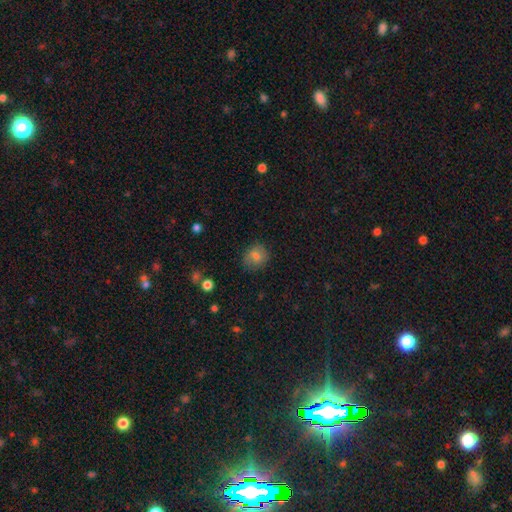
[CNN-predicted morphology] smooth 78%, star or artifact 11%, featured or disk 11%. Down the decision tree: how rounded — round (75%); merging — none (82%).